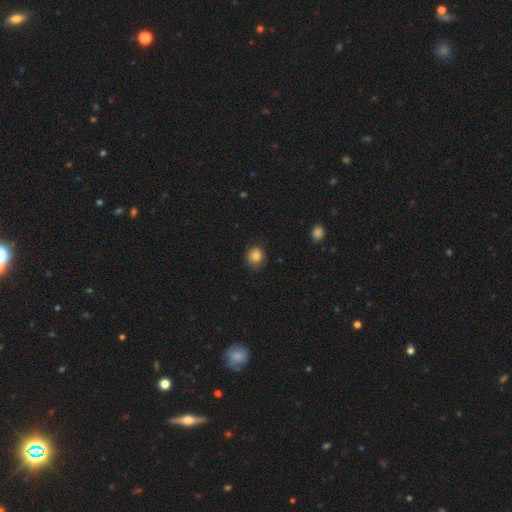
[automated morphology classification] type=smooth (82%); roundness=round (81%); merging=none (82%).